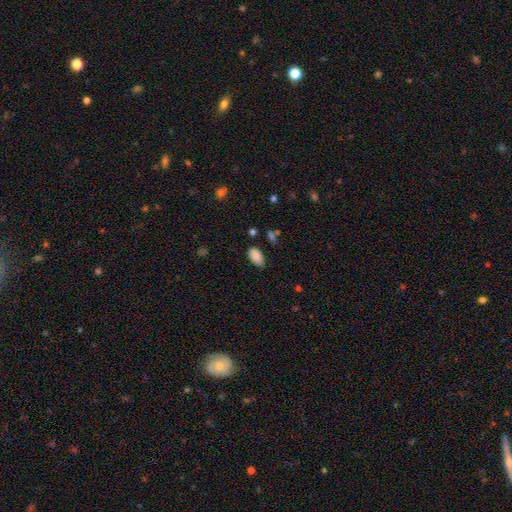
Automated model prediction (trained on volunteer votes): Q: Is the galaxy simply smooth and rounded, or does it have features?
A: smooth — 86%.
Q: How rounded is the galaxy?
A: in between — 94%.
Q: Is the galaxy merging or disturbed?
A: none — 71%.